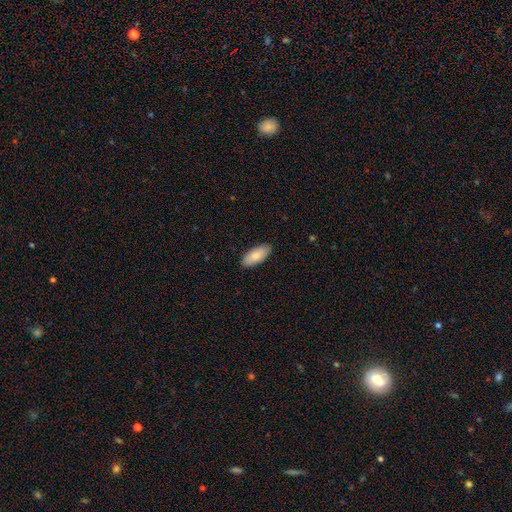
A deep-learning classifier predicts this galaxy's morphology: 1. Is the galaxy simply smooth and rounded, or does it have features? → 84% smooth, 11% featured or disk, 6% star or artifact.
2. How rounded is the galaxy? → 88% in between, 10% cigar-shaped, 2% round.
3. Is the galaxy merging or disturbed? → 89% none, 9% minor disturbance, 2% major disturbance, 1% merger.